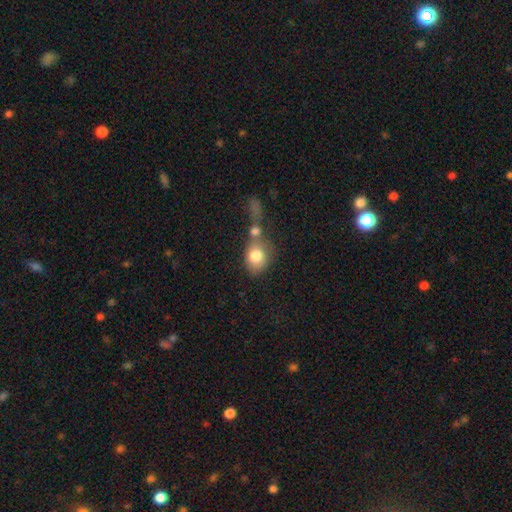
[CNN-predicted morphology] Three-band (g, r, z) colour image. It shows a smooth galaxy with no disk features (80%) that is round (54%). Merging: merger (44%).